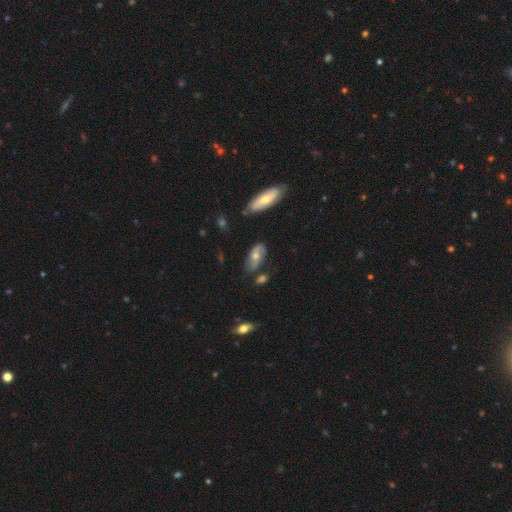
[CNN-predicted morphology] Smooth or featured? smooth (46%, tied with featured or disk)
Merging? none (67%)